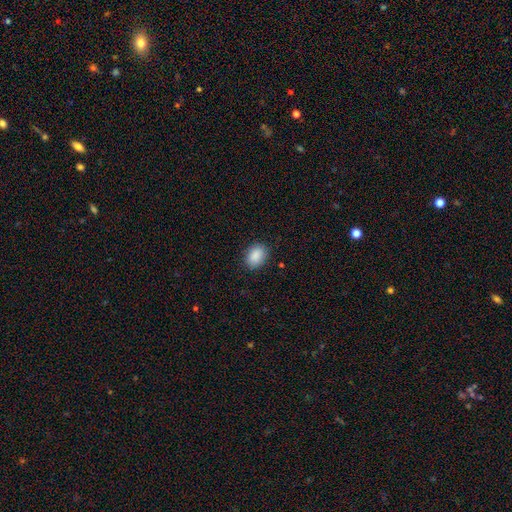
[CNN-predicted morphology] smooth 90%, star or artifact 7%, featured or disk 3%. Down the decision tree: how rounded — in between (76%); merging — none (86%).